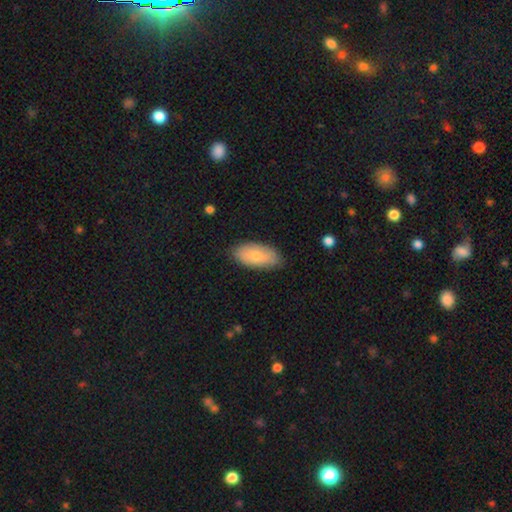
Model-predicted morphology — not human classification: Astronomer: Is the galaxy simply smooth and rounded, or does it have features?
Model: smooth — 76%.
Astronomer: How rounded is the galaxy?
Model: in between — 93%.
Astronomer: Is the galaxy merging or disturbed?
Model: none — 82%.